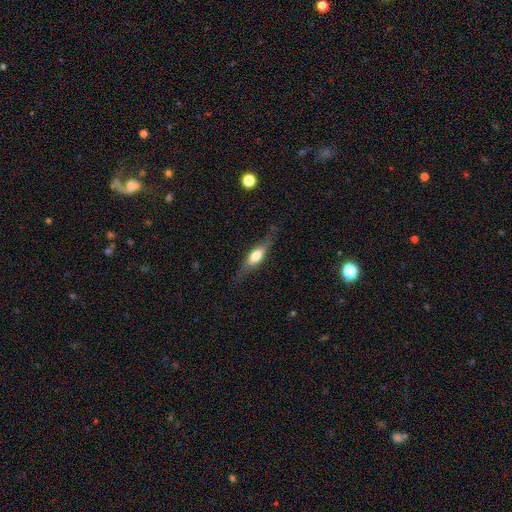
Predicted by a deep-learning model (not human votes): Smooth or featured: featured or disk — 47% (smooth — 46%)
Merging: none — 73% (minor disturbance — 18%)